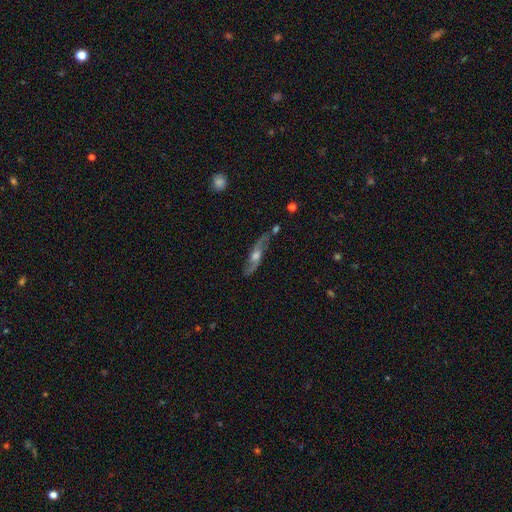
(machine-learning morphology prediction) smooth-or-featured: featured or disk: 75% | smooth: 18% | star or artifact: 7%
  disk-edge-on: no: 58% | yes: 42%
  merging: none: 70% | minor disturbance: 18% | major disturbance: 7% | merger: 5%